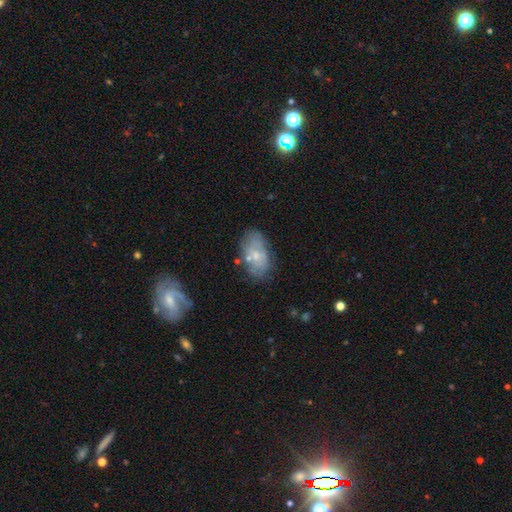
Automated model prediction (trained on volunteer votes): This is possibly a smooth galaxy (54%). How rounded: clearly in between (92%). Merging: likely none (61%).